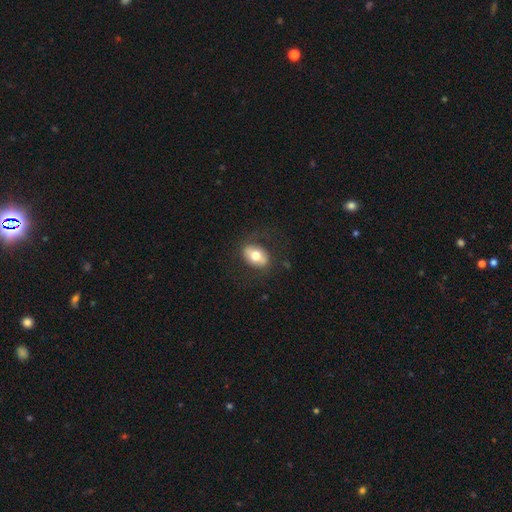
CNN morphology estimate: The model was most divided on "smooth or featured": smooth: 64%, featured or disk: 29%, star or artifact: 7%. More confident: how rounded — in between (82%); merging — none (77%).